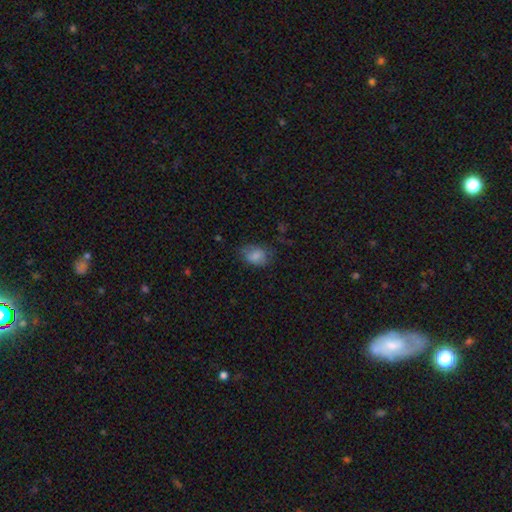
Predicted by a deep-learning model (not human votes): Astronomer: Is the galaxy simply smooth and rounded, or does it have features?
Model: smooth — 80%.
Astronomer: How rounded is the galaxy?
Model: in between — 76%.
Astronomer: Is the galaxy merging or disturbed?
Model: none — 56%.